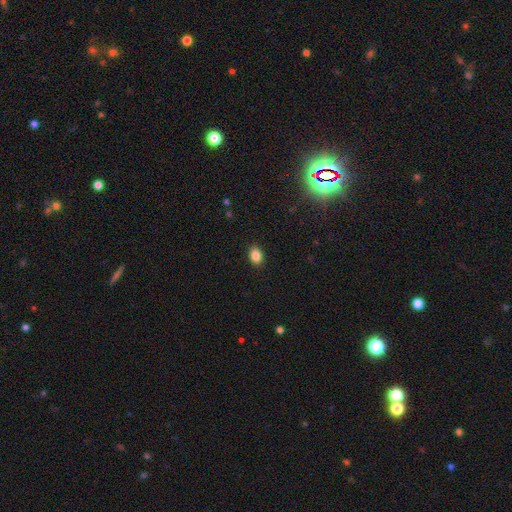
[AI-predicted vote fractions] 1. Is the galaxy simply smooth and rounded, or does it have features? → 86% smooth, 10% star or artifact, 4% featured or disk.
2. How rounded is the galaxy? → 76% in between, 23% round, 1% cigar-shaped.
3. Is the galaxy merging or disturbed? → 90% none, 7% minor disturbance, 2% major disturbance, 1% merger.